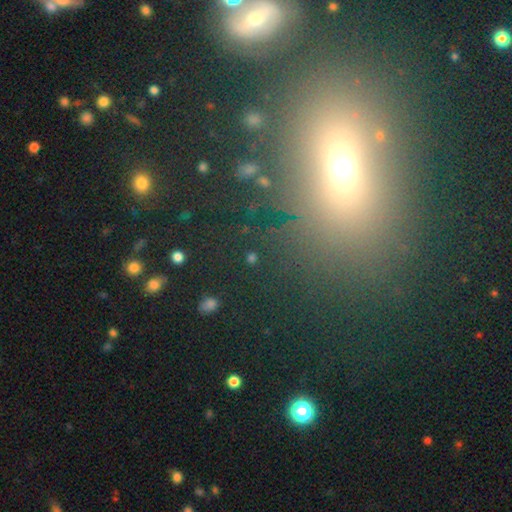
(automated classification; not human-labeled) Smooth or featured? Predicted: star or artifact (p=0.43).